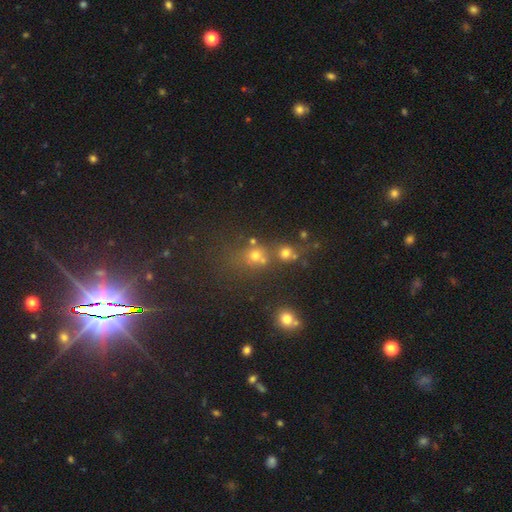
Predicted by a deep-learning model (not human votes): Overall: smooth (56%; star or artifact 31%). How rounded: round (79%). Merging: none (48%; merger 37%).